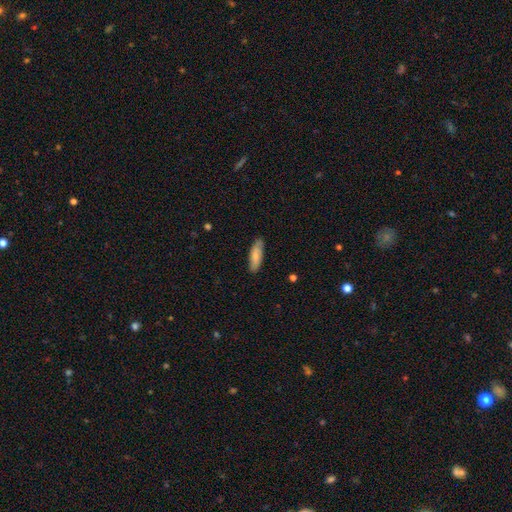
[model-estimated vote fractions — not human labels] Smooth or featured? Predicted: smooth (p=0.77). How rounded? Predicted: in between (p=0.49, tied with cigar-shaped). Merging? Predicted: none (p=0.81).